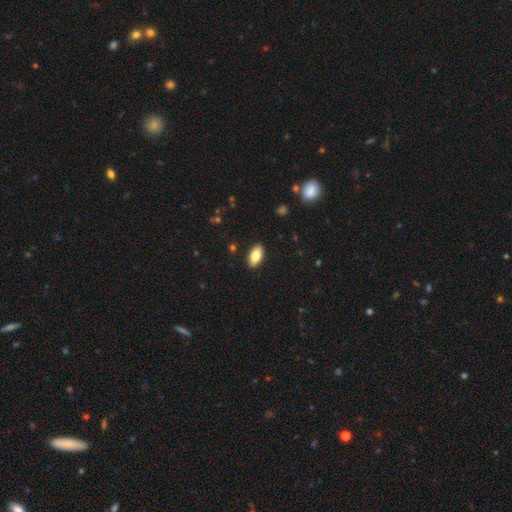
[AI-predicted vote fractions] Smooth or featured? smooth (80%)
How rounded? in between (91%)
Merging? none (90%)